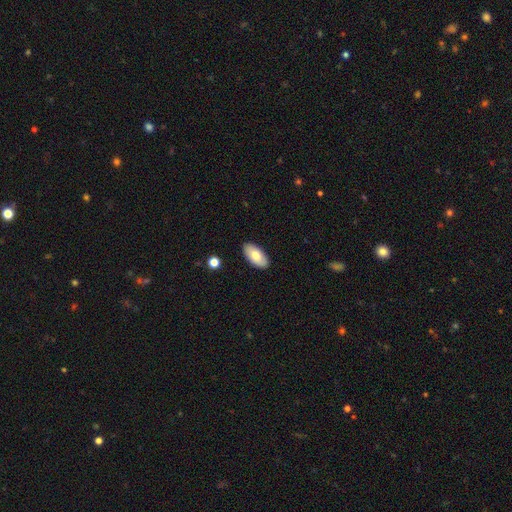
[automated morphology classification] Smooth or featured? smooth (74%)
How rounded? in between (95%)
Merging? none (88%)